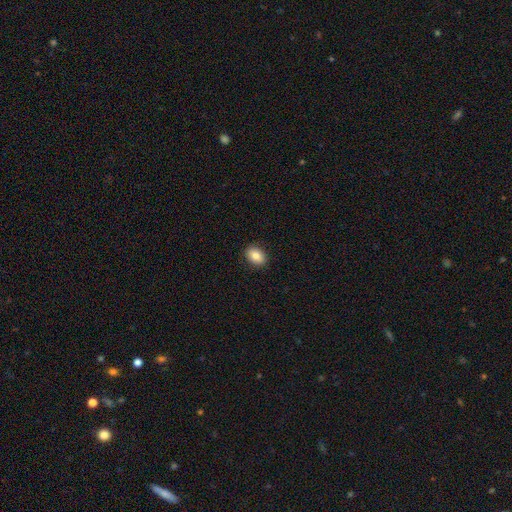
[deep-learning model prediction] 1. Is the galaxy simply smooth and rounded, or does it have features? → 84% smooth, 8% star or artifact, 7% featured or disk.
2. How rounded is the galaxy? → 72% in between, 27% round, 1% cigar-shaped.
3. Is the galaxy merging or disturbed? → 90% none, 8% minor disturbance, 2% major disturbance, 1% merger.